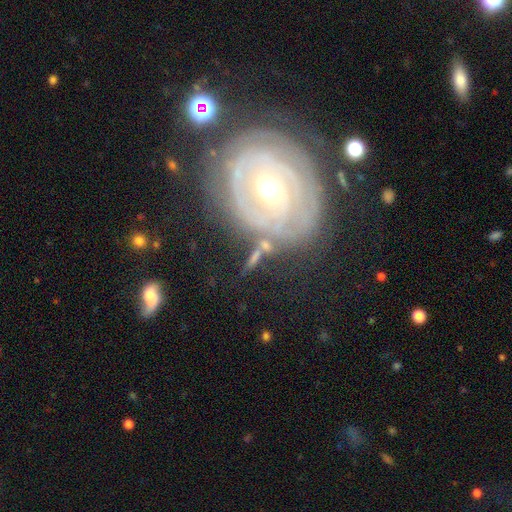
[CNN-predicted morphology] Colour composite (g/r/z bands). It shows a featured or disk galaxy (55%). Merging: none (58%).